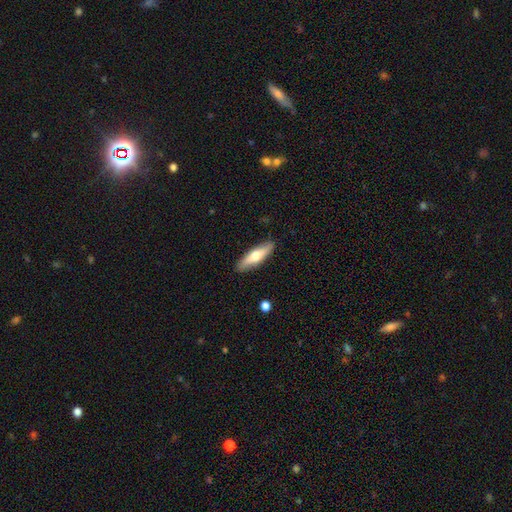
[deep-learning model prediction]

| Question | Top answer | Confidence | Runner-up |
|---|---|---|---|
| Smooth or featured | smooth | 57% | featured or disk (38%) |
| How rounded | cigar-shaped | 60% | in between (38%) |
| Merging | none | 88% | minor disturbance (9%) |